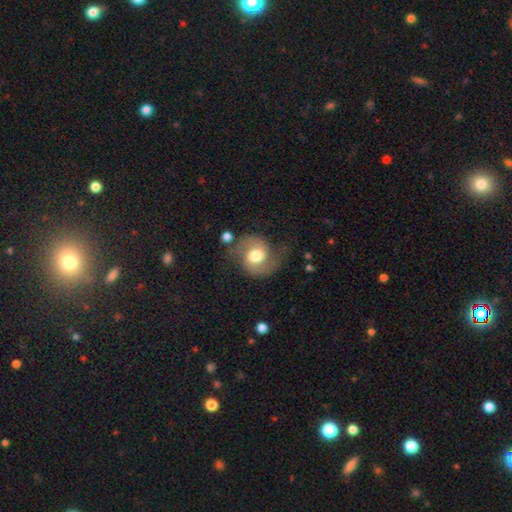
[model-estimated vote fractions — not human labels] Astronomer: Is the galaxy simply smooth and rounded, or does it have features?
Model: featured or disk — 75%.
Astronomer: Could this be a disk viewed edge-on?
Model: no — 98%.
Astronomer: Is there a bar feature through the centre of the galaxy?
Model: no — 56% (runner-up: weak, 35%).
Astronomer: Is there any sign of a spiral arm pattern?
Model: yes — 93%.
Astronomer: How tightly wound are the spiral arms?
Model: medium — 51% (runner-up: loose, 33%).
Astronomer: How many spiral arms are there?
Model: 2 — 91%.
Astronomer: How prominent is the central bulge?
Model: moderate — 59%.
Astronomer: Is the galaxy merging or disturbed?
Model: none — 66%.